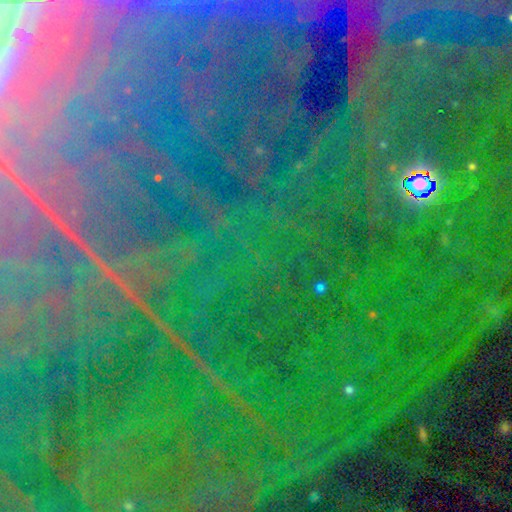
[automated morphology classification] Smooth or featured? Predicted: star or artifact (p=0.87).